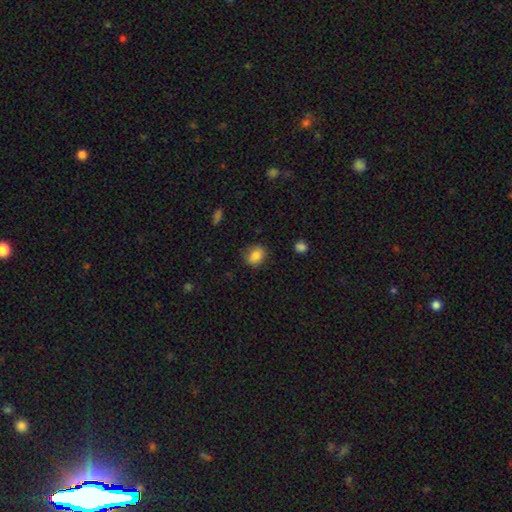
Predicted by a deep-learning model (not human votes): Overall: smooth (84%). How rounded: in between (56%; round 43%). Merging: none (80%).